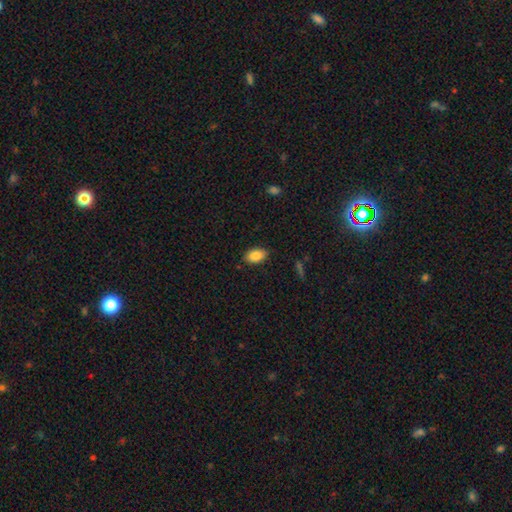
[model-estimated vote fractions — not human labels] Smooth or featured?
  - smooth: 88% *
  - star or artifact: 7%
  - featured or disk: 5%
How rounded?
  - in between: 91% *
  - round: 7%
  - cigar-shaped: 2%
Merging?
  - none: 85% *
  - minor disturbance: 11%
  - major disturbance: 2%
  - merger: 1%